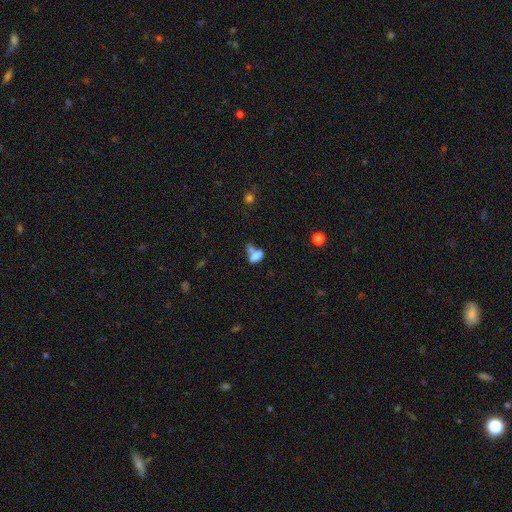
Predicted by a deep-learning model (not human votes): Smooth or featured? smooth (76%)
How rounded? in between (87%)
Merging? merger (51%)